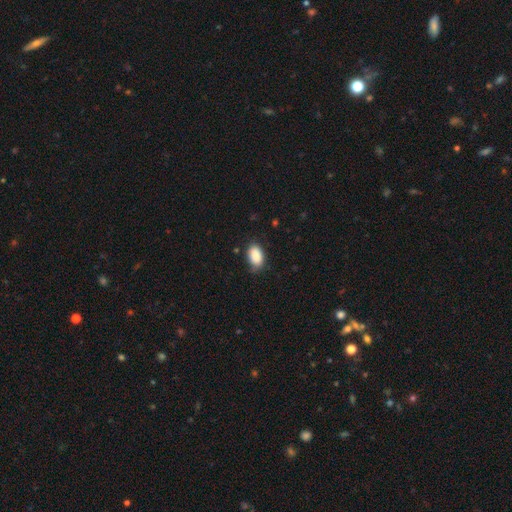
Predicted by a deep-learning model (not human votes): Smooth or featured? smooth (89%)
How rounded? in between (92%)
Merging? none (75%)